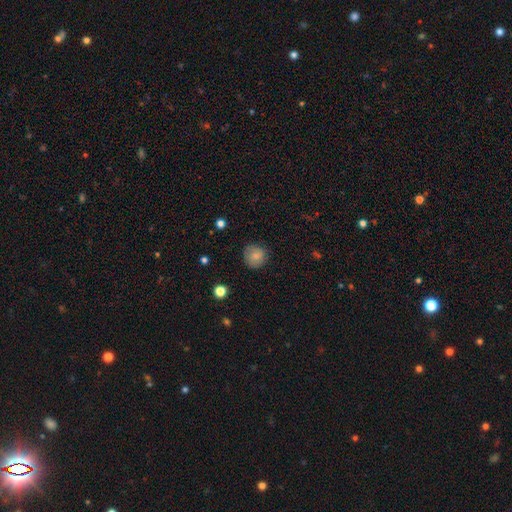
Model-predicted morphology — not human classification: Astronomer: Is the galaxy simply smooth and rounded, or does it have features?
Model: smooth — 78%.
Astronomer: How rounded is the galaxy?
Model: round — 90%.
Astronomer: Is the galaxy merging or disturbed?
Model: none — 77%.